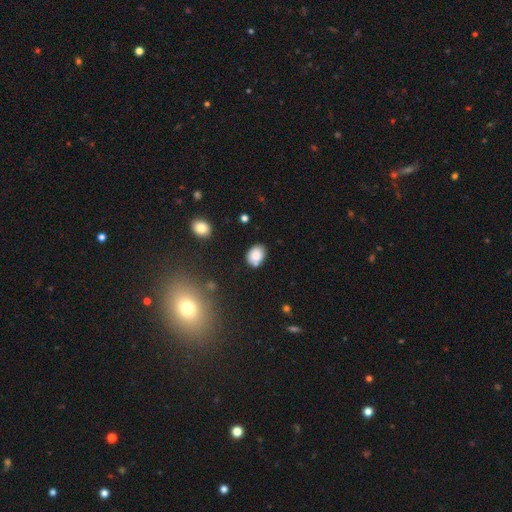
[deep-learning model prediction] Smooth or featured: smooth — 84% (star or artifact — 9%)
How rounded: in between — 72% (round — 27%)
Merging: none — 69% (minor disturbance — 18%)